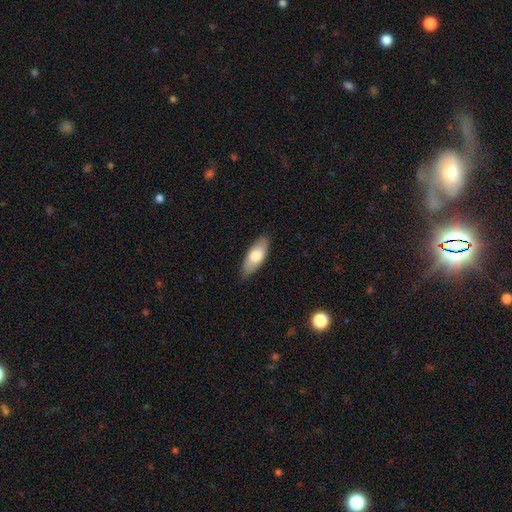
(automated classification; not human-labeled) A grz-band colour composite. It shows a smooth galaxy with no disk features (74%) that is in between round and cigar-shaped (78%). Merging: none (82%).